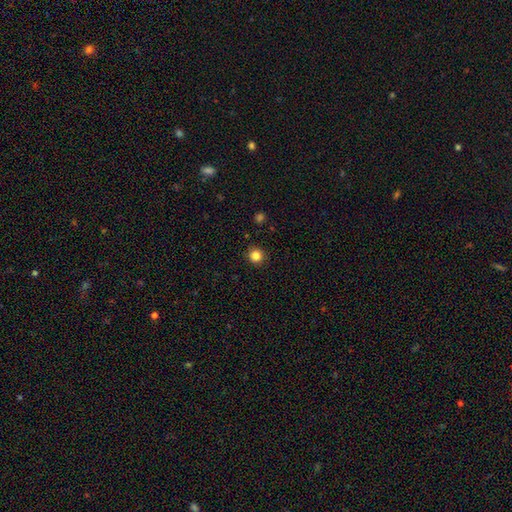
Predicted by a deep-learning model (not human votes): Morphology: type=smooth (84%); roundness=round (94%); merging=none (91%).